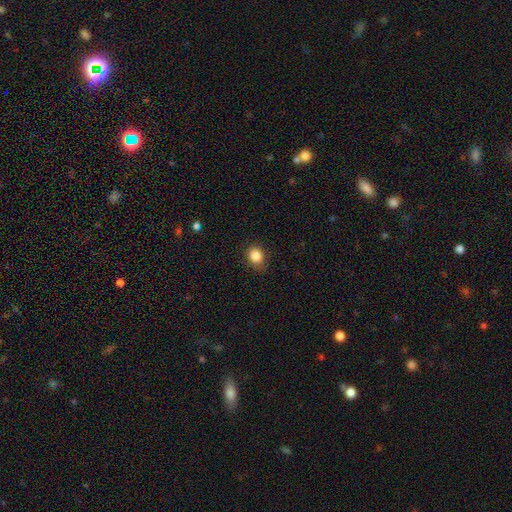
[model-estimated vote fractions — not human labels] Smooth or featured: smooth — 86% (star or artifact — 10%)
How rounded: round — 67% (in between — 32%)
Merging: none — 82% (minor disturbance — 13%)